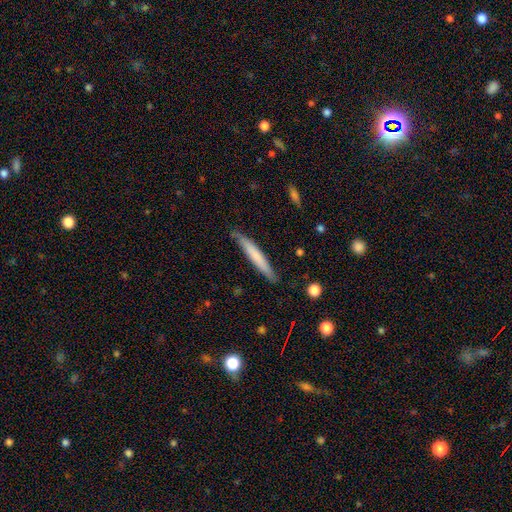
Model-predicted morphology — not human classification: Overall: smooth (65%; featured or disk 30%). How rounded: cigar-shaped (95%). Merging: none (82%).